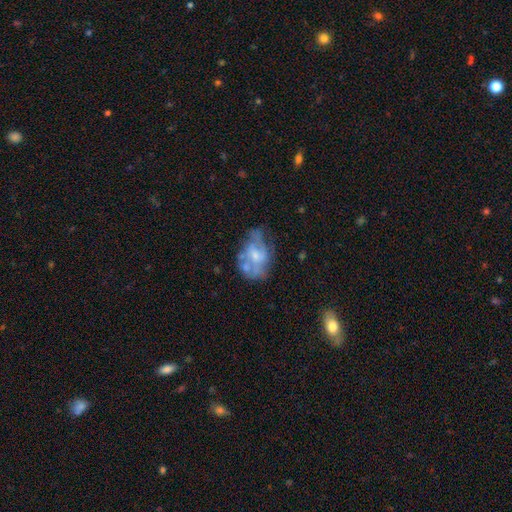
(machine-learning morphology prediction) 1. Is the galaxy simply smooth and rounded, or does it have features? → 61% featured or disk, 30% smooth, 9% star or artifact.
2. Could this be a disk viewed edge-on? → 97% no, 3% yes.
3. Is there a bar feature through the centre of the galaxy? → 75% no, 21% weak, 4% strong.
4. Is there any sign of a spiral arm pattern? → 66% no, 34% yes.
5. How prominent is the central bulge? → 47% small, 37% moderate, 12% none, 3% large, 1% dominant.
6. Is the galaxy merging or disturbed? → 35% none, 25% minor disturbance, 25% major disturbance, 15% merger.